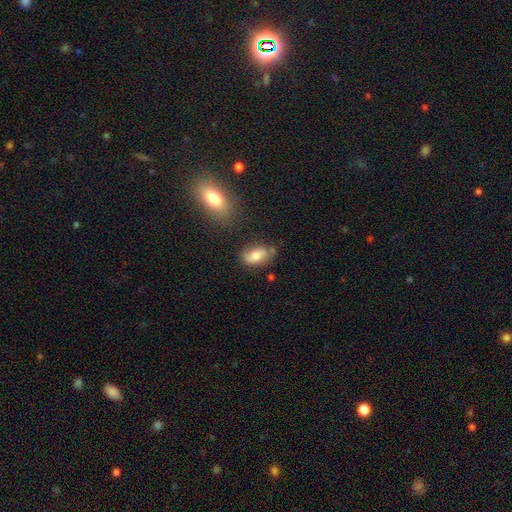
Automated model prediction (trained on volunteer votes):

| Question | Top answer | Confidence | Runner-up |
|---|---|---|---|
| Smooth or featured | smooth | 70% | featured or disk (22%) |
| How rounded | in between | 88% | round (7%) |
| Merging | none | 63% | minor disturbance (24%) |